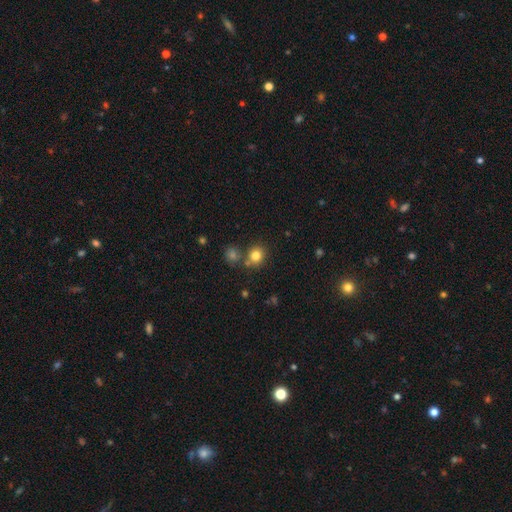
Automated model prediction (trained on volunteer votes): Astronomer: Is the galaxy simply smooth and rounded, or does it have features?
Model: smooth — 80%.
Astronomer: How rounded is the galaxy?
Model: round — 80%.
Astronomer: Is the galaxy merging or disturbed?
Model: none — 68%.